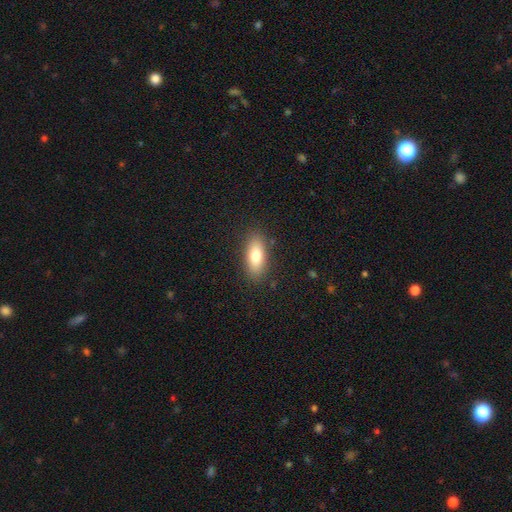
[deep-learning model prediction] Q: Smooth or featured?
A: smooth (80%); runner-up: featured or disk (13%)
Q: How rounded?
A: in between (80%); runner-up: cigar-shaped (18%)
Q: Merging?
A: none (86%); runner-up: minor disturbance (10%)